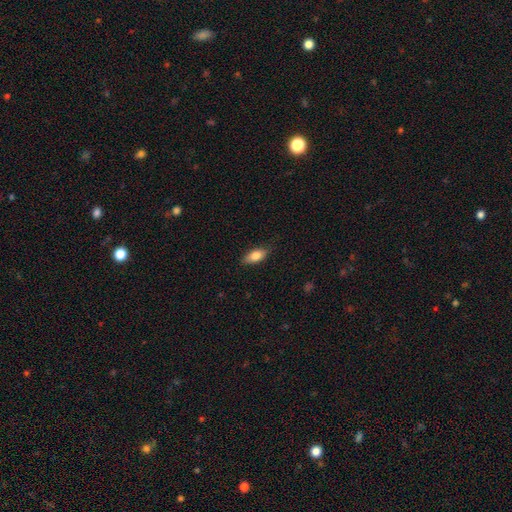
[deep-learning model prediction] Morphology: type=smooth (82%); roundness=in between (86%); merging=none (83%).